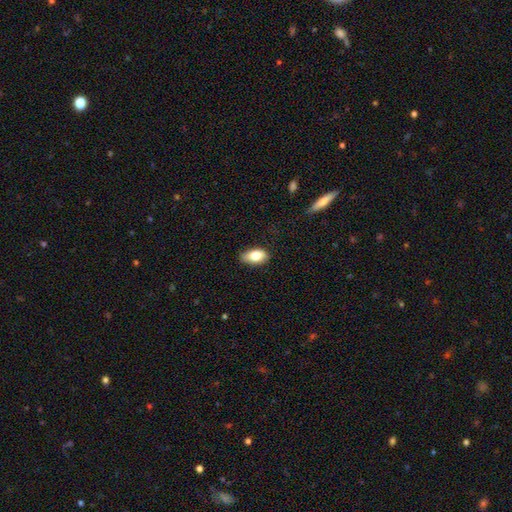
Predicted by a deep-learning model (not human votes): A smooth galaxy with no disk features (79%) that is in between round and cigar-shaped (91%).

Vote fractions:
- Smooth or featured? smooth: 79% / featured or disk: 14% / star or artifact: 7%
- How rounded? in between: 91% / round: 6% / cigar-shaped: 4%
- Merging? none: 76% / minor disturbance: 19% / major disturbance: 4% / merger: 1%